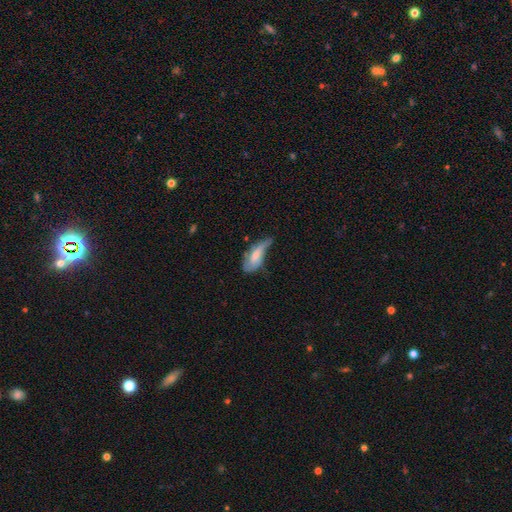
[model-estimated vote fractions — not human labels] smooth_or_featured: smooth (p=0.49) [alt: featured or disk p=0.44]
merging: minor disturbance (p=0.37) [alt: major disturbance p=0.34]